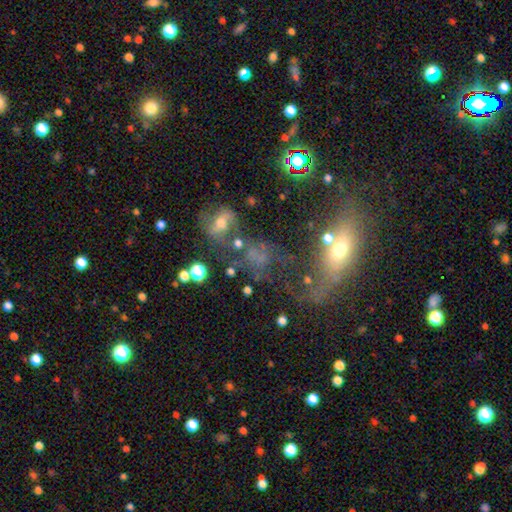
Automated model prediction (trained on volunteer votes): Q: Smooth or featured?
A: smooth (41%); runner-up: featured or disk (30%)
Q: Merging?
A: none (35%); runner-up: major disturbance (25%)